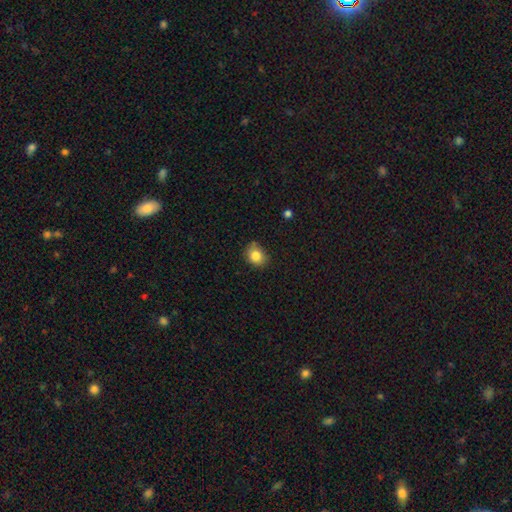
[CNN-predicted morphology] Smooth or featured? smooth (84%)
How rounded? round (58%)
Merging? none (75%)